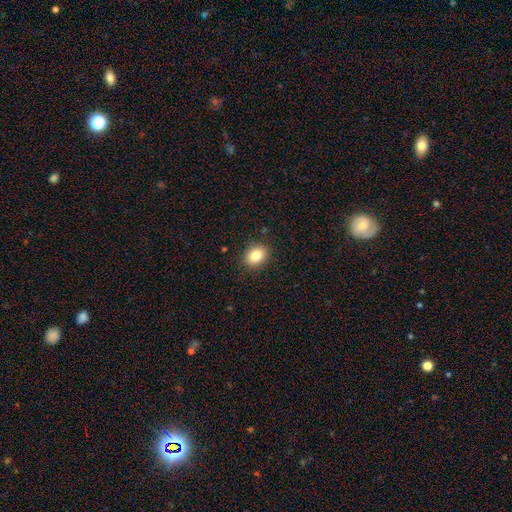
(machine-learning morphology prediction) A smooth galaxy with no disk features (83%) that is in between round and cigar-shaped (51%). Merging: none (88%).